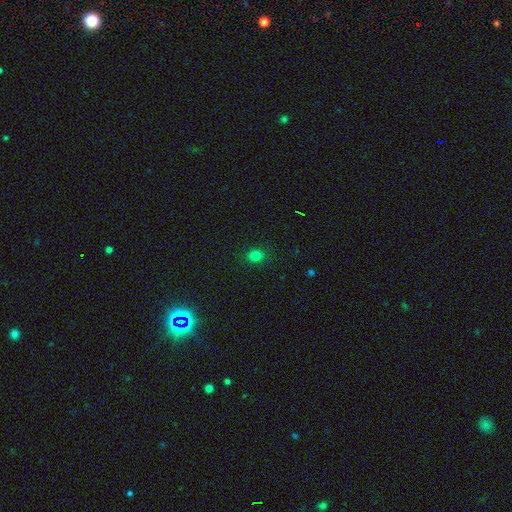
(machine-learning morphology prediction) Smooth or featured? smooth (79%)
How rounded? round (64%)
Merging? none (89%)